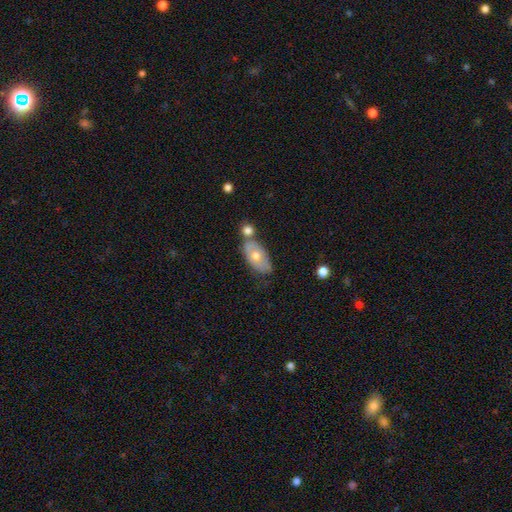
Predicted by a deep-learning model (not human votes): A smooth galaxy with no disk features (57%) that is in between round and cigar-shaped (88%).

Vote fractions:
- Smooth or featured? smooth: 57% / featured or disk: 36% / star or artifact: 6%
- How rounded? in between: 88% / round: 6% / cigar-shaped: 5%
- Merging? none: 48% / merger: 30% / minor disturbance: 17% / major disturbance: 5%